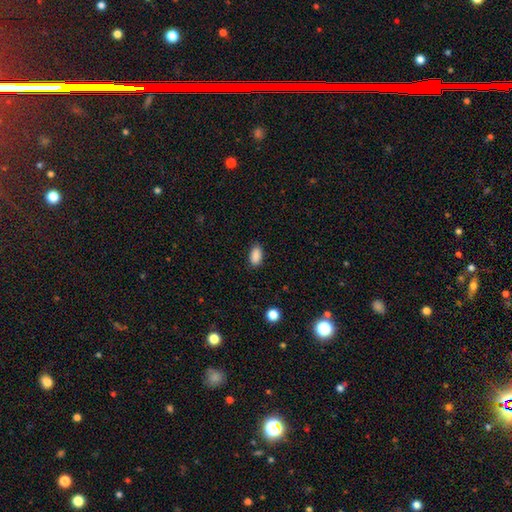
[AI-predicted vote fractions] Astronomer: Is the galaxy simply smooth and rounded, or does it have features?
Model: smooth — 89%.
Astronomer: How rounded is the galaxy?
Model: in between — 92%.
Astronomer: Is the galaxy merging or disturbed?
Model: none — 87%.